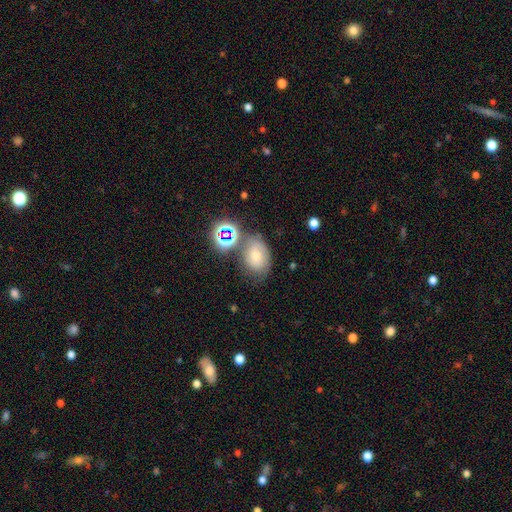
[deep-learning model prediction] A smooth galaxy with no disk features (52%) that is in between round and cigar-shaped (66%). Merging: none (55%).